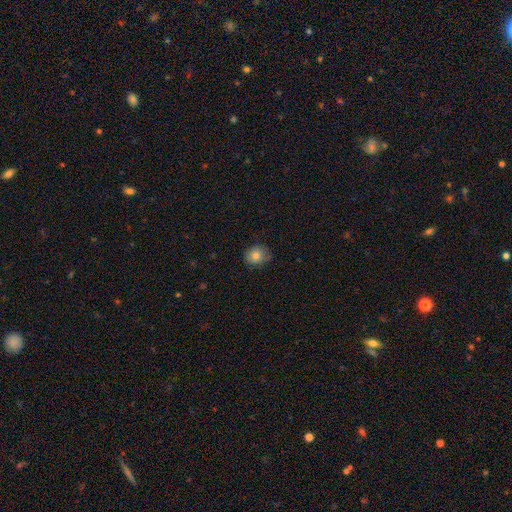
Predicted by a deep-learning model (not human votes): This is likely a smooth galaxy (80%). How rounded: likely round (71%). Merging: likely none (77%).